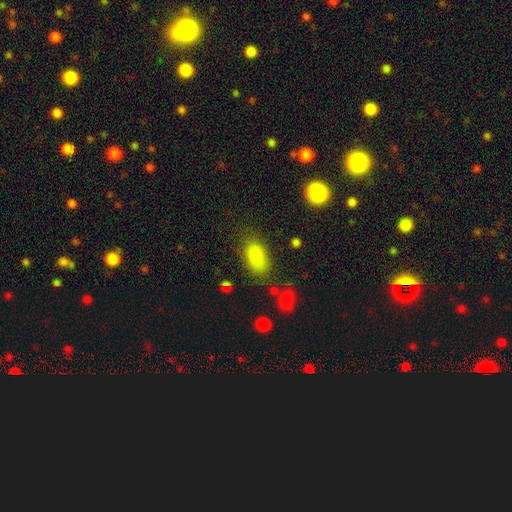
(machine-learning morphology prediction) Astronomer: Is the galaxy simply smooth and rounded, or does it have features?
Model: smooth — 85%.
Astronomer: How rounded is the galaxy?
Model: in between — 90%.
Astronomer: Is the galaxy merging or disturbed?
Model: none — 67%.